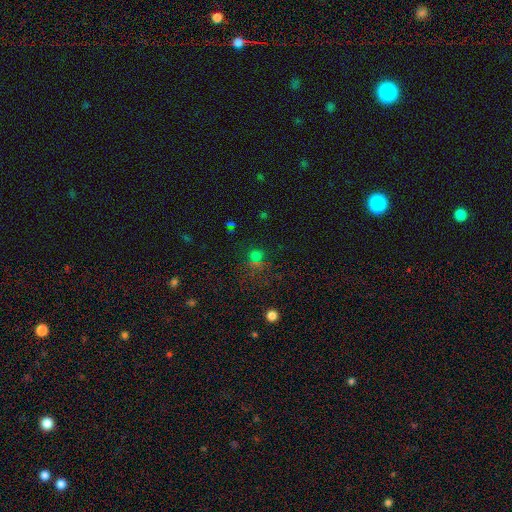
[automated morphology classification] smooth-or-featured: smooth: 55% | star or artifact: 37% | featured or disk: 8%
  how-rounded: round: 82% | in between: 17% | cigar-shaped: 1%
  merging: none: 64% | merger: 14% | minor disturbance: 13% | major disturbance: 9%